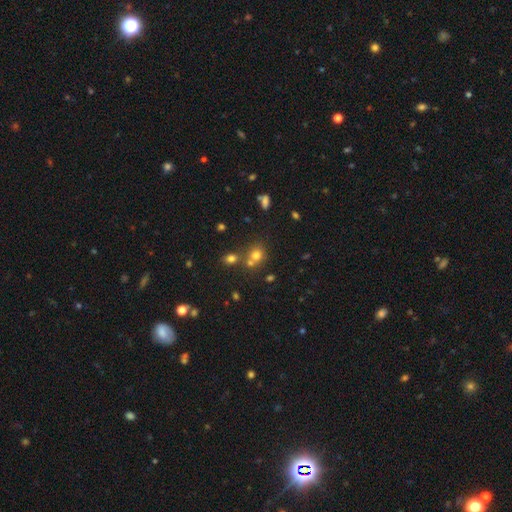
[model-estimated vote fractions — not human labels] This appears to be a smooth galaxy with no disk features (69%) that is round (77%). Merging: none (49%).